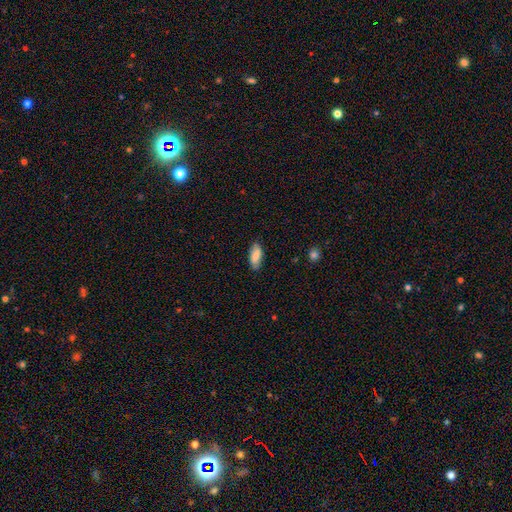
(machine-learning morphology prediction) A smooth galaxy with no disk features (81%) that is in between round and cigar-shaped (82%).

Vote fractions:
- Smooth or featured? smooth: 81% / featured or disk: 13% / star or artifact: 6%
- How rounded? in between: 82% / cigar-shaped: 15% / round: 2%
- Merging? none: 84% / minor disturbance: 13% / major disturbance: 2% / merger: 1%